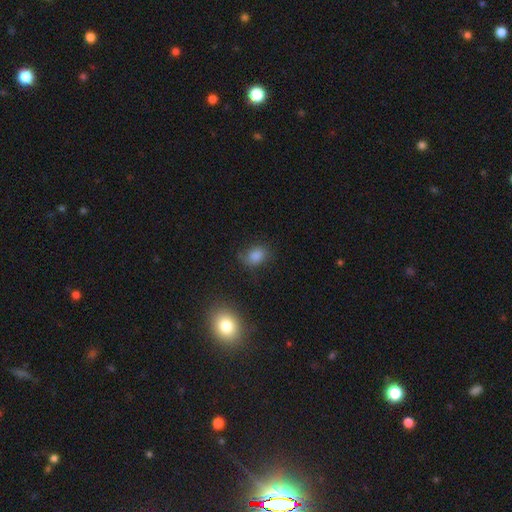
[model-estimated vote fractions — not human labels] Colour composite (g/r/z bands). It shows a smooth galaxy with no disk features (79%) that is in between round and cigar-shaped (67%). Merging: none (65%).